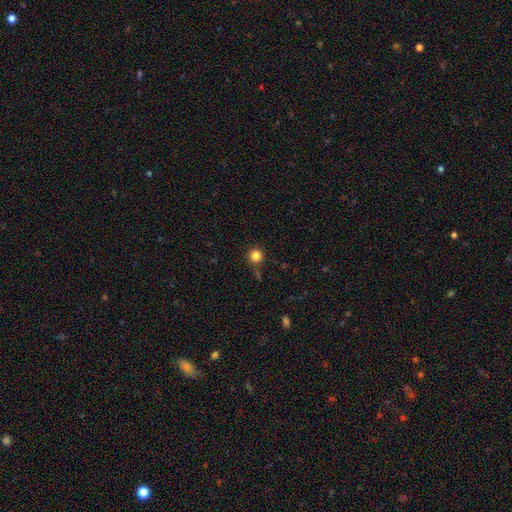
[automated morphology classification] This is clearly a smooth galaxy (84%). How rounded: clearly round (94%). Merging: clearly none (84%).